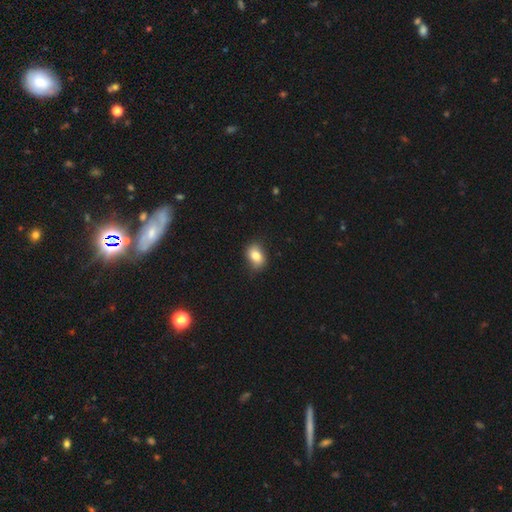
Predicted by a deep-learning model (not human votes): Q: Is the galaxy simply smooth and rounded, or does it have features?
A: smooth — 82%.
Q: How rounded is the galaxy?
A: in between — 73%.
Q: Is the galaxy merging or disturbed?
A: none — 80%.